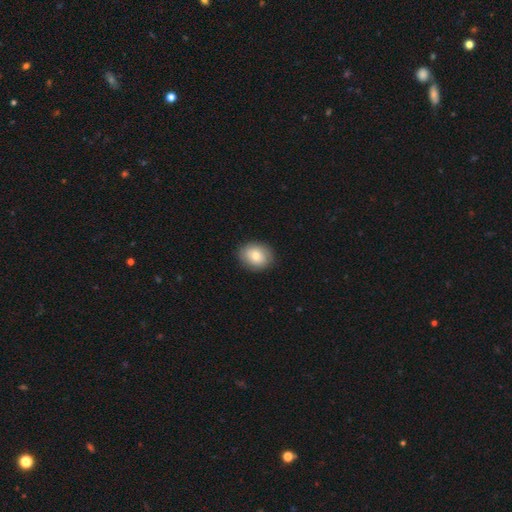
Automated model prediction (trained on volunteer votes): smooth_or_featured: smooth (p=0.70) [alt: featured or disk p=0.22]
how_rounded: round (p=0.55) [alt: in between p=0.44]
merging: none (p=0.85) [alt: minor disturbance p=0.11]